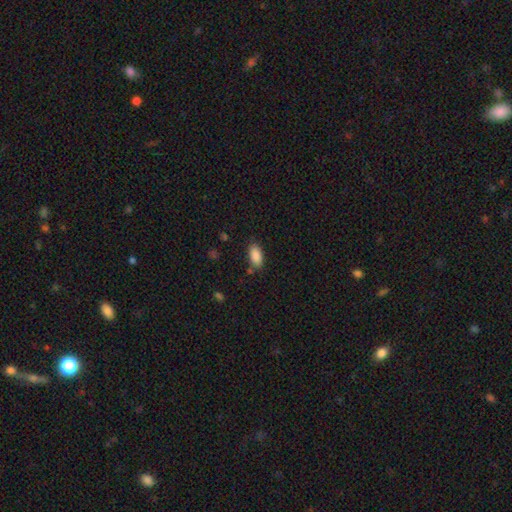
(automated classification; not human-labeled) smooth-or-featured: smooth: 89% | star or artifact: 7% | featured or disk: 4%
  how-rounded: in between: 92% | cigar-shaped: 5% | round: 3%
  merging: none: 81% | minor disturbance: 13% | major disturbance: 3% | merger: 3%